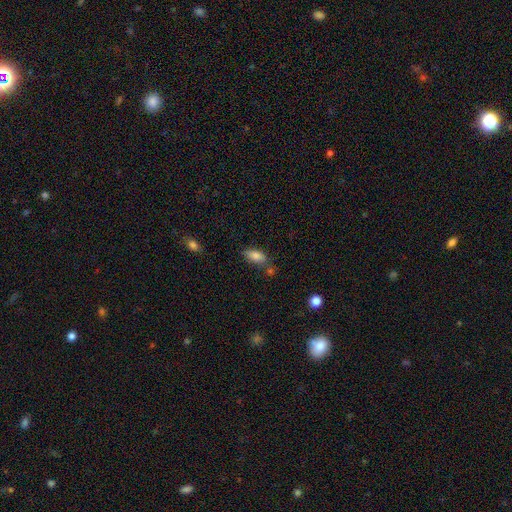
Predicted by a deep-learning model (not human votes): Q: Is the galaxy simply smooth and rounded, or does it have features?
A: smooth — 83%.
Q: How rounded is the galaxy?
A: in between — 88%.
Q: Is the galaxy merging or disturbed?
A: none — 67%.